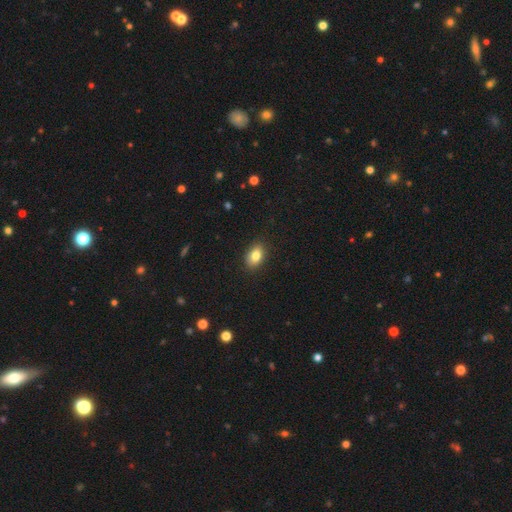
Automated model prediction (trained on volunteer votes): Morphology: type=smooth (83%); roundness=in between (84%); merging=none (87%).